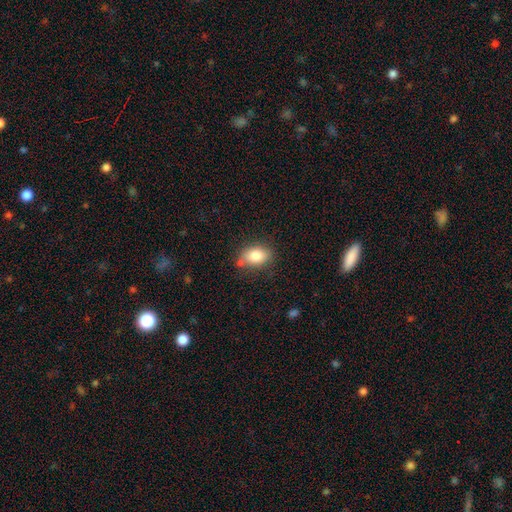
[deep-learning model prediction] Morphology: type=smooth (83%); roundness=in between (81%); merging=none (70%).